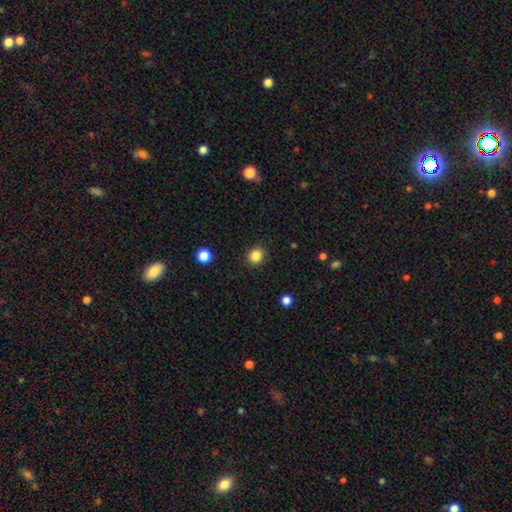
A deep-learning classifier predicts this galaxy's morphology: Q: Smooth or featured?
A: smooth (85%); runner-up: star or artifact (11%)
Q: How rounded?
A: round (78%); runner-up: in between (21%)
Q: Merging?
A: none (90%); runner-up: minor disturbance (6%)